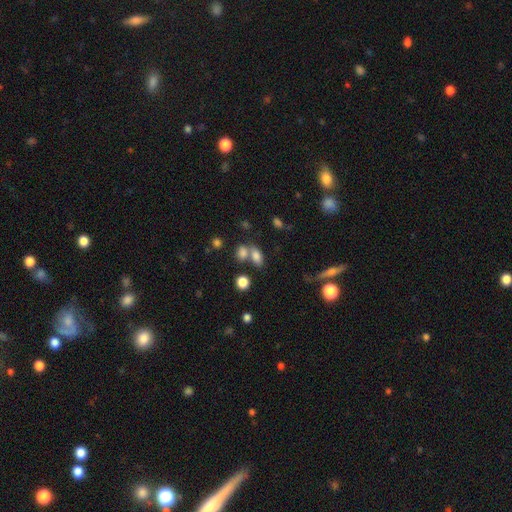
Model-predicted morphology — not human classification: Smooth or featured? Predicted: smooth (p=0.77). How rounded? Predicted: in between (p=0.81). Merging? Predicted: none (p=0.45).